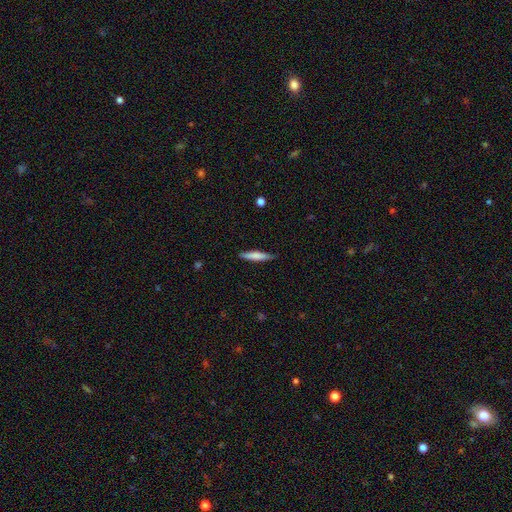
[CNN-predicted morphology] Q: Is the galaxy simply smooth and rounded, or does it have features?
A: smooth — 72%.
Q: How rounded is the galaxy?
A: cigar-shaped — 89%.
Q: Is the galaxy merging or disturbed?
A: none — 86%.